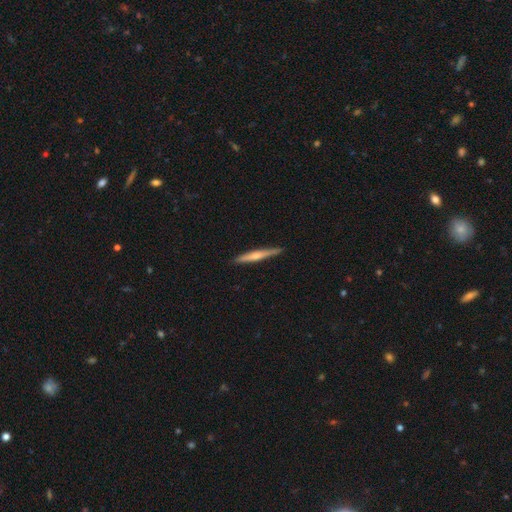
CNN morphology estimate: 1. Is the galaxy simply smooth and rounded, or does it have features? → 49% featured or disk, 46% smooth, 5% star or artifact.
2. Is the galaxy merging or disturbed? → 88% none, 9% minor disturbance, 1% major disturbance, 1% merger.